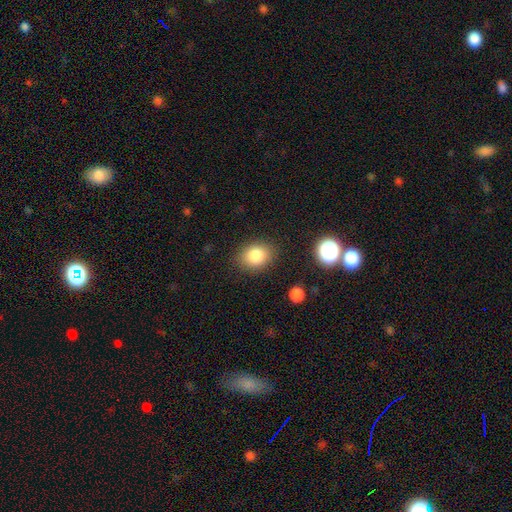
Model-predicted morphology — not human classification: This appears to be a smooth galaxy with no disk features (84%) that is in between round and cigar-shaped (59%). Merging: none (84%).